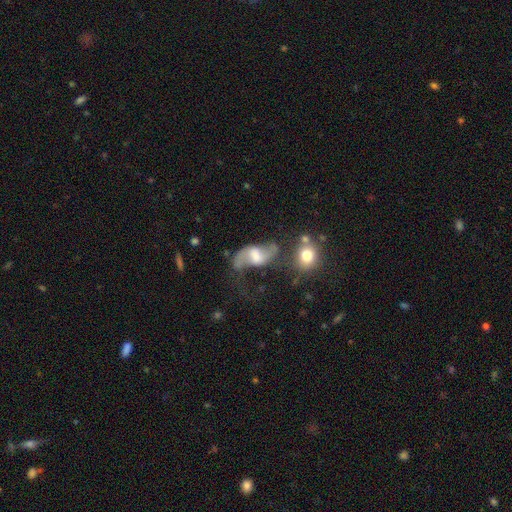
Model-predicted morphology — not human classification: A featured or disk galaxy (74%) with a weak bar (49%), 2 (90%) loose (73%) spiral arms (88%) and a moderate central bulge (41%).

Vote fractions:
- Smooth or featured? featured or disk: 74% / smooth: 18% / star or artifact: 7%
- Edge-on disk? no: 95% / yes: 5%
- Bar? weak: 49% / strong: 28% / no: 22%
- Spiral arms? yes: 88% / no: 12%
- Spiral winding? loose: 73% / medium: 22% / tight: 5%
- Spiral arm count? 2: 90% / can't tell: 4% / 1: 3% / 3: 1% / 4: 1% / more than 4: 1%
- Bulge size? moderate: 41% / large: 23% / small: 20% / none: 13% / dominant: 3%
- Merging? none: 46% / major disturbance: 22% / minor disturbance: 21% / merger: 11%